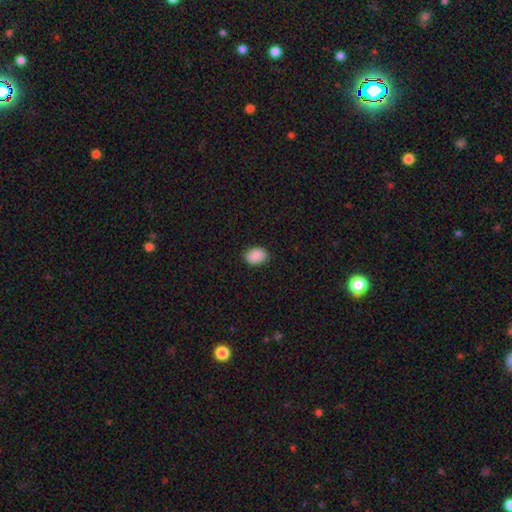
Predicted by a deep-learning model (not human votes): Smooth or featured: smooth — 90% (star or artifact — 7%)
How rounded: in between — 75% (round — 24%)
Merging: none — 88% (minor disturbance — 9%)